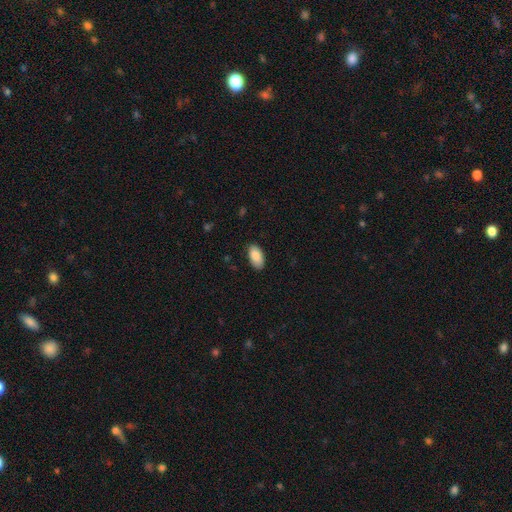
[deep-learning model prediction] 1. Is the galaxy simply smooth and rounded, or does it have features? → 88% smooth, 6% star or artifact, 6% featured or disk.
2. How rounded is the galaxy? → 95% in between, 3% round, 2% cigar-shaped.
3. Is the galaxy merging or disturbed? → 86% none, 11% minor disturbance, 2% major disturbance, 1% merger.